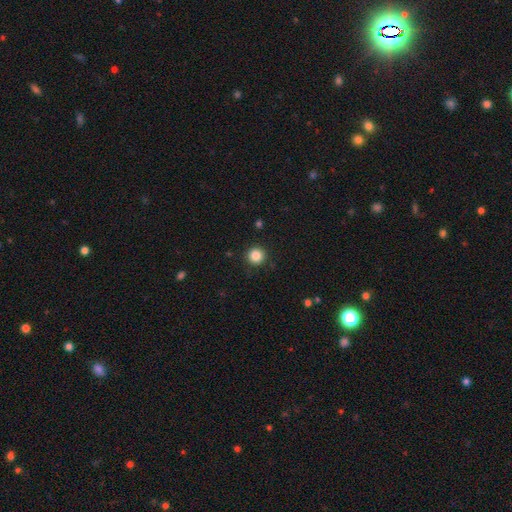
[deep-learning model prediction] Smooth or featured? smooth (86%)
How rounded? round (95%)
Merging? none (92%)